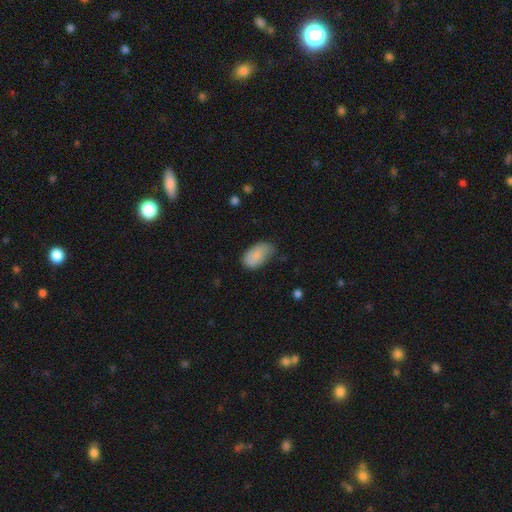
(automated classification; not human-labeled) A smooth galaxy with no disk features (82%) that is in between round and cigar-shaped (94%). Merging: none (48%).